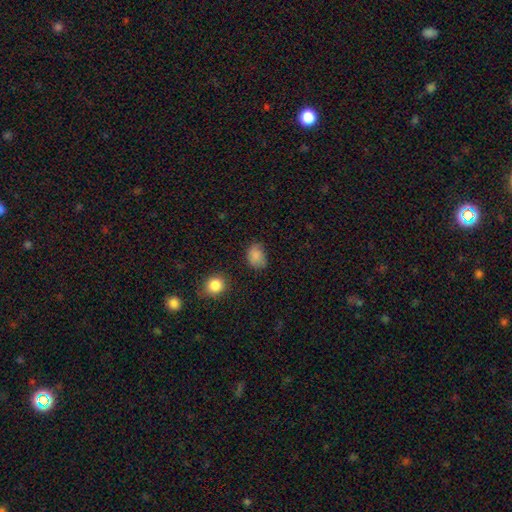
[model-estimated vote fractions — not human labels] Overall: smooth (84%). How rounded: in between (68%; round 31%). Merging: none (65%; minor disturbance 27%).